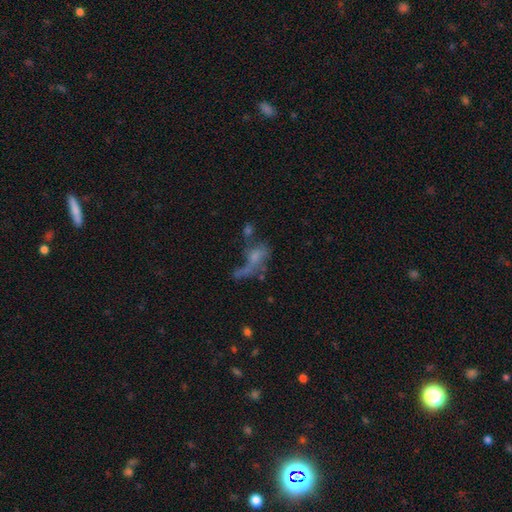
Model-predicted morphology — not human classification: A featured or disk galaxy (42%). Merging: major disturbance (38%).